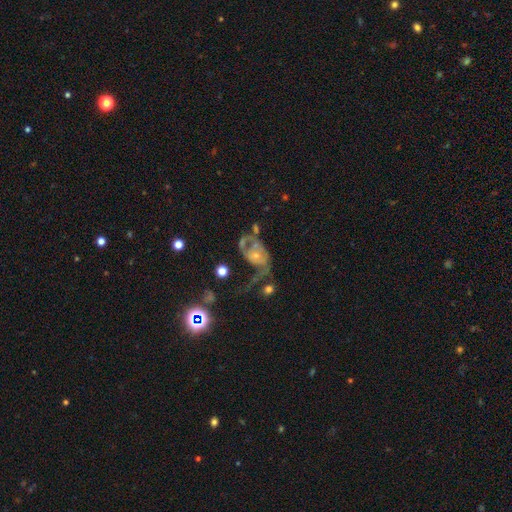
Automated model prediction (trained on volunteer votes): smooth-or-featured: featured or disk: 71% | smooth: 16% | star or artifact: 13%
  disk-edge-on: no: 96% | yes: 4%
    bar: no: 79% | weak: 16% | strong: 5%
    has-spiral-arms: yes: 73% | no: 27%
      spiral-winding: medium: 38% | loose: 37% | tight: 25%
      spiral-arm-count: 2: 47% | 1: 22% | can't tell: 21% | 3: 5% | 4: 2% | more than 4: 2%
    bulge-size: small: 62% | moderate: 30% | none: 4% | large: 2% | dominant: 1%
  merging: major disturbance: 42% | none: 26% | minor disturbance: 17% | merger: 14%